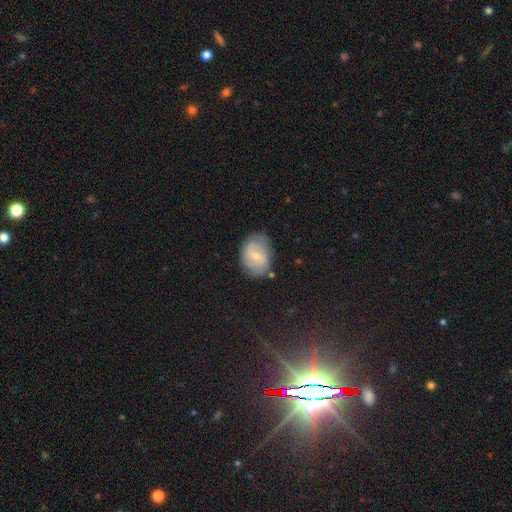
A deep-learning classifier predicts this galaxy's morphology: smooth-or-featured: featured or disk: 46% (tied) | smooth: 46% (tied) | star or artifact: 8%
  merging: none: 71% | minor disturbance: 21% | major disturbance: 6% | merger: 2%